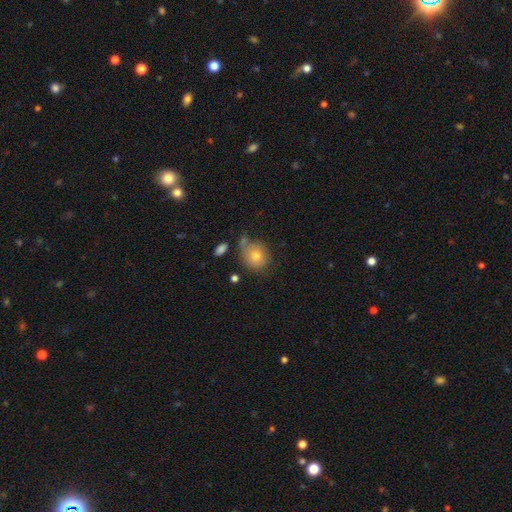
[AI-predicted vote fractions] Smooth or featured?
  - smooth: 73% *
  - featured or disk: 15%
  - star or artifact: 11%
How rounded?
  - round: 74% *
  - in between: 25%
  - cigar-shaped: 1%
Merging?
  - none: 59% *
  - minor disturbance: 22%
  - merger: 10%
  - major disturbance: 8%